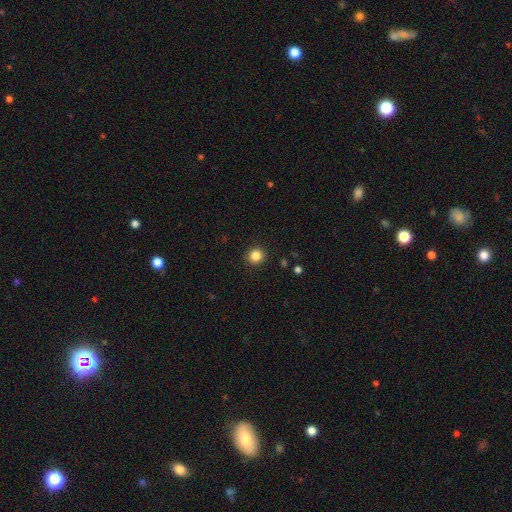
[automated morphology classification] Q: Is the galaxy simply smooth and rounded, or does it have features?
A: smooth — 85%.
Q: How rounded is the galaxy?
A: round — 93%.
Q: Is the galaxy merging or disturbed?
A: none — 92%.